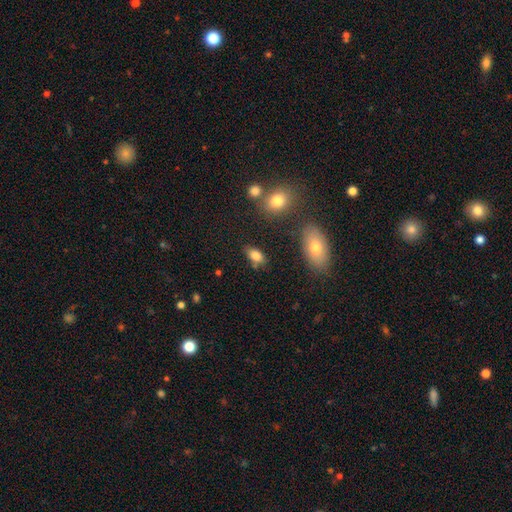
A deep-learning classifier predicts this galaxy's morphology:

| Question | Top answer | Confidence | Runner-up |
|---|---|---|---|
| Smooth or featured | smooth | 82% | star or artifact (9%) |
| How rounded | in between | 88% | round (8%) |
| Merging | none | 73% | minor disturbance (15%) |